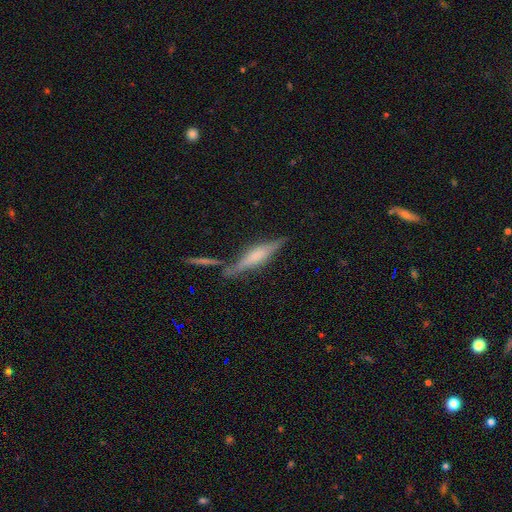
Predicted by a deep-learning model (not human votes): This is likely a featured or disk galaxy (64%). It is clearly viewed edge-on (95%). Edge-on bulge: possibly rounded (51%). Merging: likely none (70%).